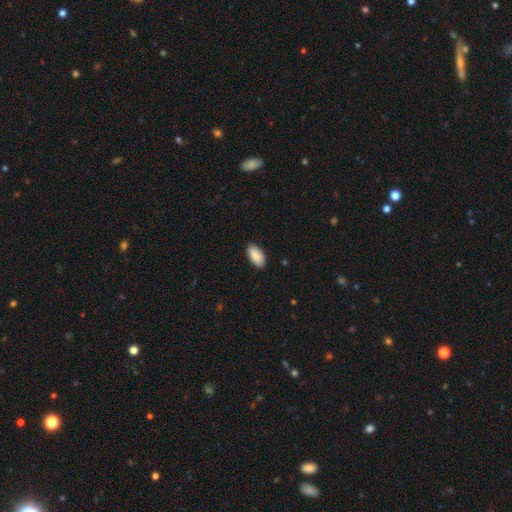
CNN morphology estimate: type=smooth (90%); roundness=in between (94%); merging=none (89%).